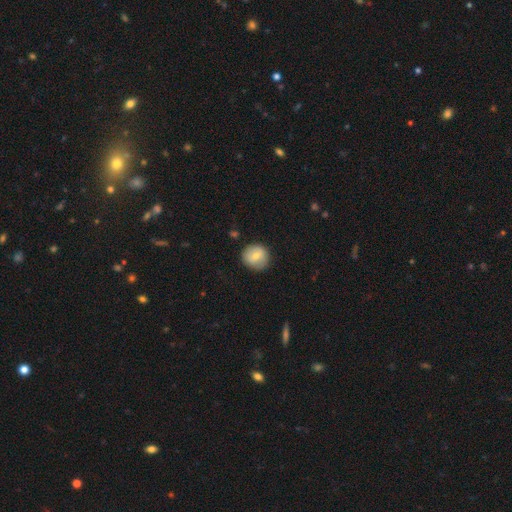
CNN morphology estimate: A smooth galaxy with no disk features (72%) that is round (91%). Merging: none (84%).